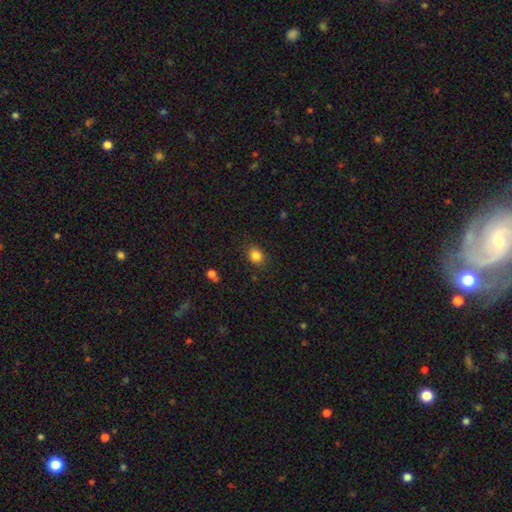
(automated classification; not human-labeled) smooth-or-featured: smooth: 84% | star or artifact: 11% | featured or disk: 5%
  how-rounded: round: 52% | in between: 47% | cigar-shaped: 1%
  merging: none: 85% | minor disturbance: 11% | major disturbance: 3% | merger: 1%